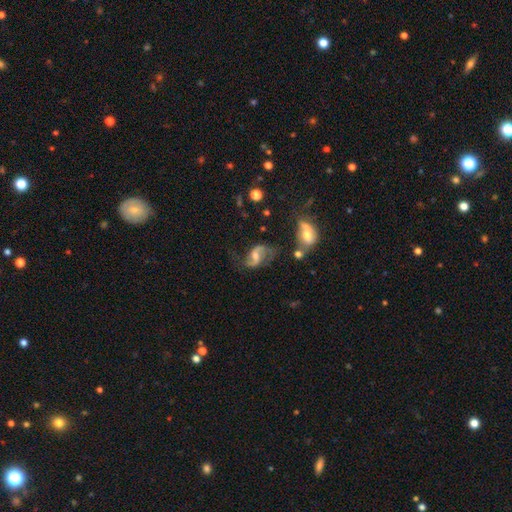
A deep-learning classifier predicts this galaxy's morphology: Overall: featured or disk (82%). Edge-on disk: no (97%). Bar: weak (50%; no 30%). Spiral arms: yes (94%). Spiral arm count: 2 (91%). Spiral winding: loose (64%; medium 30%). Bulge size: moderate (50%; small 35%). Merging: none (58%; minor disturbance 20%).